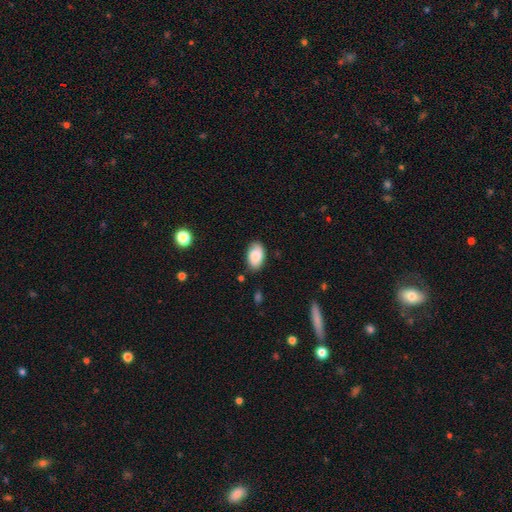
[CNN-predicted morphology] type=smooth (79%); roundness=in between (93%); merging=none (80%).